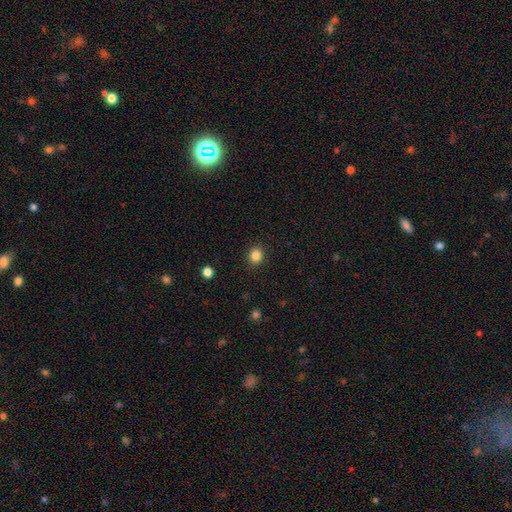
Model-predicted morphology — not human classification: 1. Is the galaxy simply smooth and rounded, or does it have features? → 85% smooth, 11% star or artifact, 4% featured or disk.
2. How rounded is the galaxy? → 84% round, 16% in between, 1% cigar-shaped.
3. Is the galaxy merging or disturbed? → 91% none, 6% minor disturbance, 2% major disturbance, 1% merger.